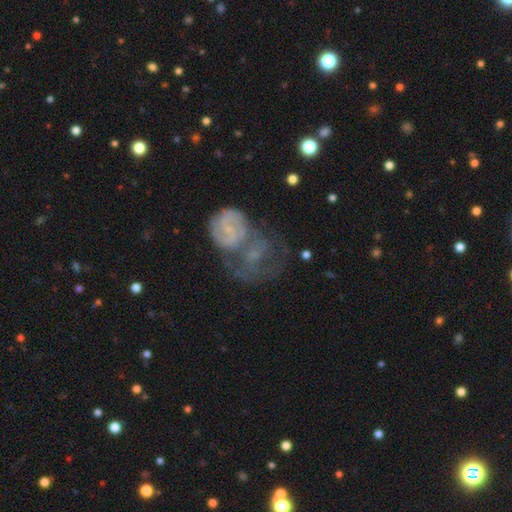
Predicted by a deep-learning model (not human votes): Smooth or featured?
  - featured or disk: 61% *
  - smooth: 24%
  - star or artifact: 15%
Edge-on disk?
  - no: 96% *
  - yes: 4%
Bar?
  - no: 66% *
  - weak: 26%
  - strong: 8%
Spiral arms?
  - yes: 69% *
  - no: 31%
Bulge size?
  - small: 54% *
  - none: 28%
  - moderate: 15%
  - large: 2%
  - dominant: 2%
Merging?
  - merger: 56% *
  - none: 18%
  - major disturbance: 15%
  - minor disturbance: 10%